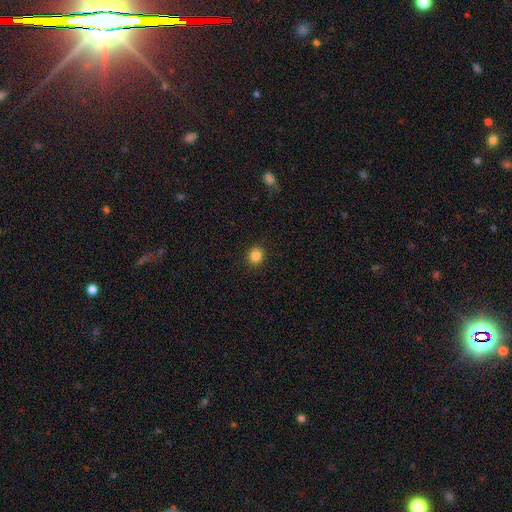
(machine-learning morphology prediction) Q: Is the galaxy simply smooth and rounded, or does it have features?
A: smooth — 85%.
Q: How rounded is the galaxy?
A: round — 79%.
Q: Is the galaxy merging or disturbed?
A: none — 91%.